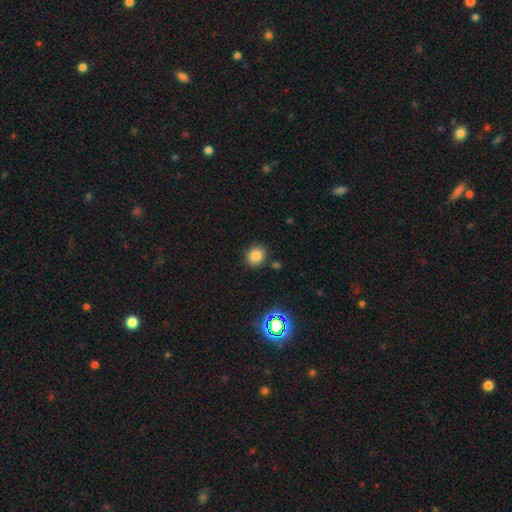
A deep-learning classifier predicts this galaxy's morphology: Smooth or featured: smooth — 81% (star or artifact — 13%)
How rounded: round — 74% (in between — 25%)
Merging: none — 84% (minor disturbance — 10%)